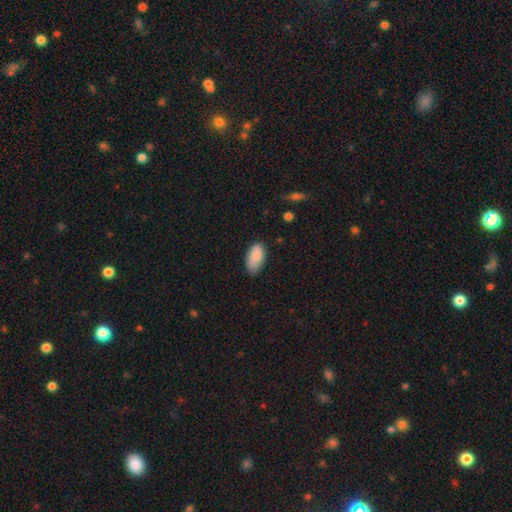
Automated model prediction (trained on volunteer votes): Smooth or featured? smooth (88%)
How rounded? in between (94%)
Merging? none (72%)